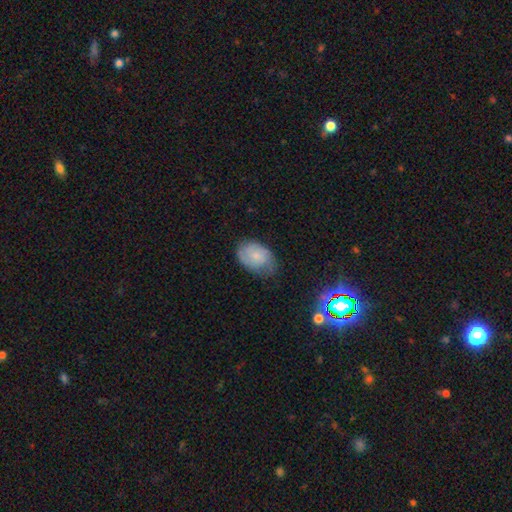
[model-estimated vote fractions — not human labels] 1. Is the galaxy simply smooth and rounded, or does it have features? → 58% smooth, 34% featured or disk, 8% star or artifact.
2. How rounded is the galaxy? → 84% in between, 14% round, 1% cigar-shaped.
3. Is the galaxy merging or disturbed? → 58% none, 32% minor disturbance, 9% major disturbance, 1% merger.